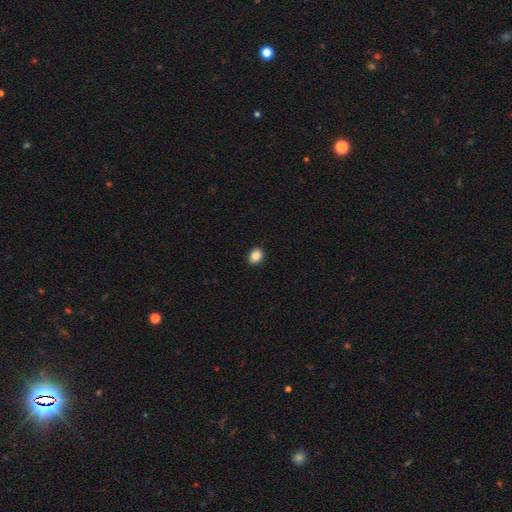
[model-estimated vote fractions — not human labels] Smooth or featured?
  - smooth: 87% *
  - star or artifact: 9%
  - featured or disk: 4%
How rounded?
  - in between: 60% *
  - round: 39%
  - cigar-shaped: 1%
Merging?
  - none: 90% *
  - minor disturbance: 8%
  - major disturbance: 2%
  - merger: 1%